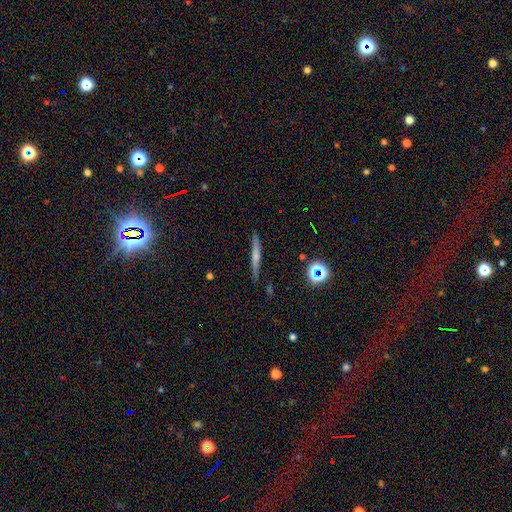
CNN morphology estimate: The model was most divided on "smooth or featured": smooth: 46%, featured or disk: 43%, star or artifact: 11%. More confident: merging — none (82%).